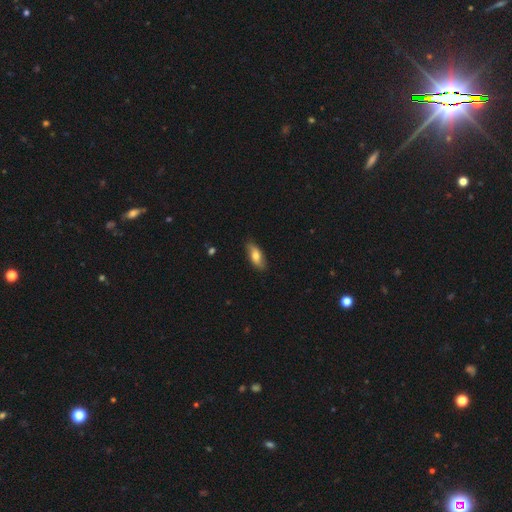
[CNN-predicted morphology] The model was most divided on "smooth or featured": smooth: 67%, featured or disk: 26%, star or artifact: 6%. More confident: merging — none (82%); how rounded — in between (78%).